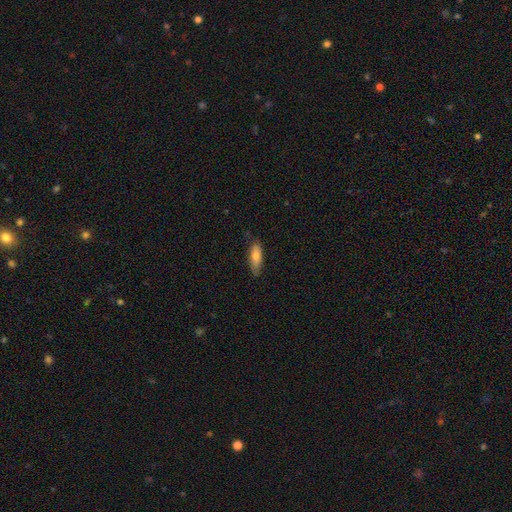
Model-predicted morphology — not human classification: Smooth or featured? smooth (74%)
How rounded? in between (61%)
Merging? none (77%)